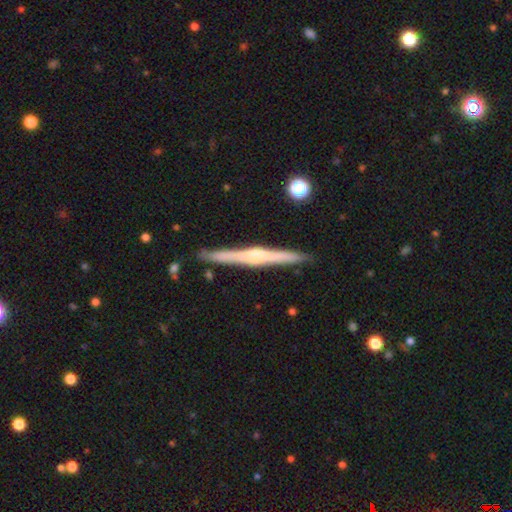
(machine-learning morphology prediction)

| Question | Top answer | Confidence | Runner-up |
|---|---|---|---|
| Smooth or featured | featured or disk | 74% | smooth (21%) |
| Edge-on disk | yes | 98% | no (2%) |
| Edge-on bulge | rounded | 72% | none (17%) |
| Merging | none | 90% | minor disturbance (7%) |